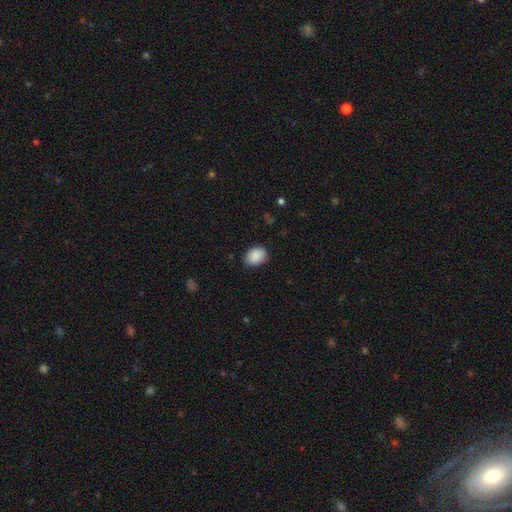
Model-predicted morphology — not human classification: The model was most divided on "how rounded": in between: 65%, round: 34%, cigar-shaped: 1%. More confident: smooth or featured — smooth (90%); merging — none (81%).